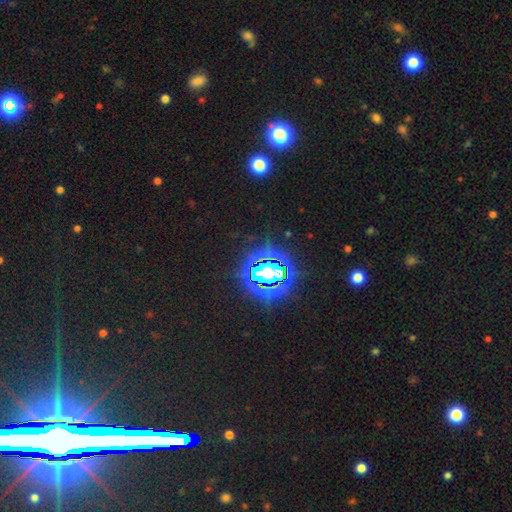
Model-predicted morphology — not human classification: A star or artifact, not a galaxy (76%).